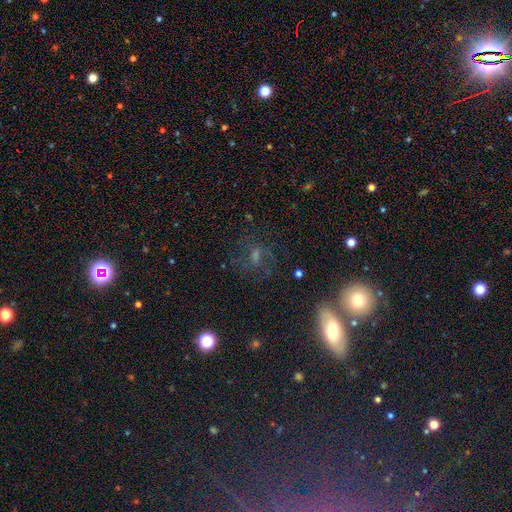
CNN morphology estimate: Q: Smooth or featured?
A: featured or disk (39%); runner-up: smooth (31%)
Q: Merging?
A: none (62%); runner-up: major disturbance (17%)